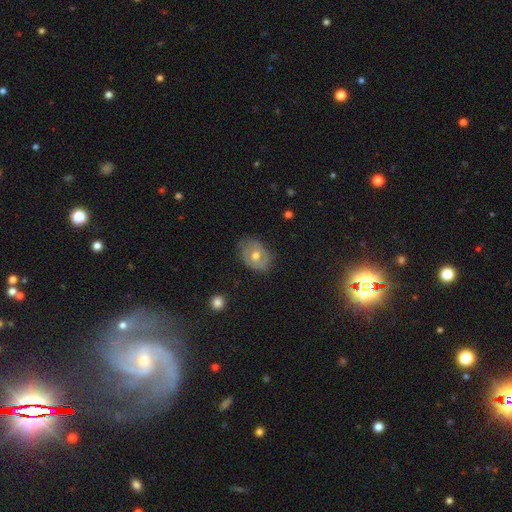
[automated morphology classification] Q: Smooth or featured?
A: featured or disk (56%); runner-up: smooth (37%)
Q: Edge-on disk?
A: no (95%); runner-up: yes (5%)
Q: Bar?
A: no (69%); runner-up: weak (25%)
Q: Spiral arms?
A: yes (60%); runner-up: no (40%)
Q: Bulge size?
A: moderate (80%); runner-up: small (12%)
Q: Merging?
A: none (72%); runner-up: minor disturbance (21%)